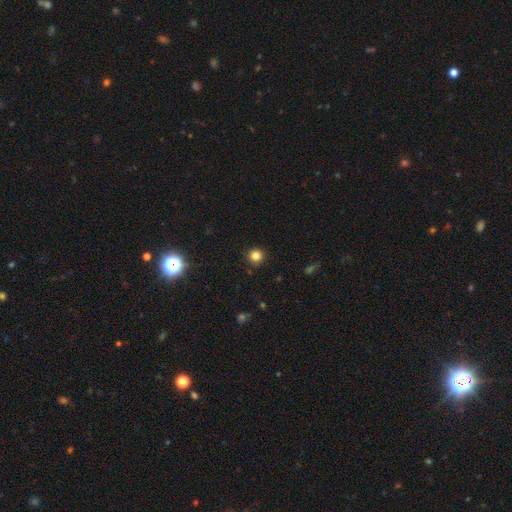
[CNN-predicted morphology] The model was most divided on "smooth or featured": smooth: 81%, star or artifact: 14%, featured or disk: 5%. More confident: how rounded — round (95%); merging — none (92%).